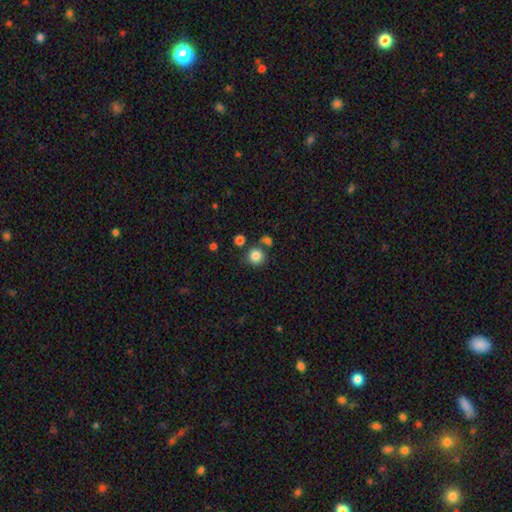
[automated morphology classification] Smooth or featured: smooth — 84% (star or artifact — 11%)
How rounded: round — 93% (in between — 6%)
Merging: none — 76% (merger — 12%)